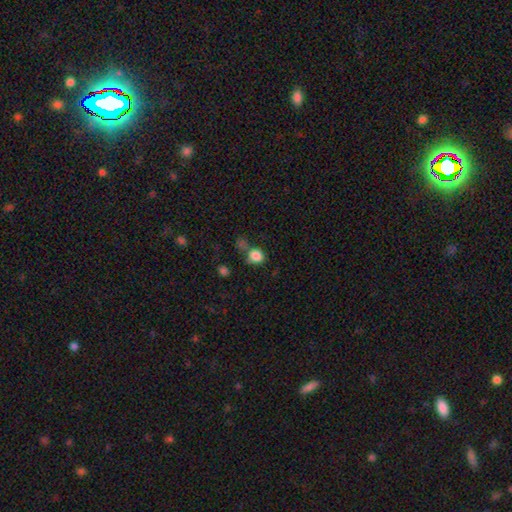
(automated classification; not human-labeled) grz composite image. It shows a smooth galaxy with no disk features (84%) that is round (67%). Merging: none (53%).